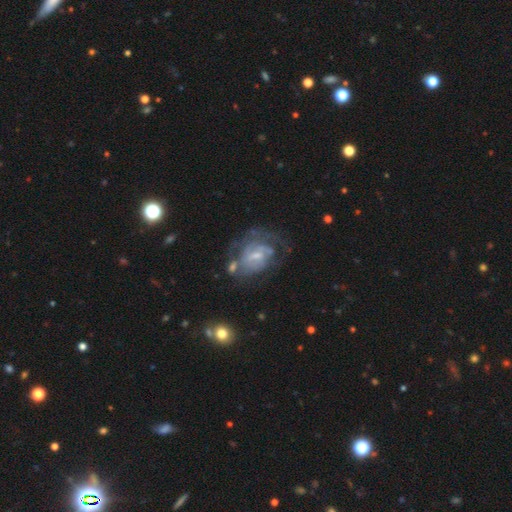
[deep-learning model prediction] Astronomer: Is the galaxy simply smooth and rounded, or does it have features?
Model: featured or disk — 75%.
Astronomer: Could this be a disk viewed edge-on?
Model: no — 97%.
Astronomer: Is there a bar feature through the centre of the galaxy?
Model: weak — 52% (runner-up: no, 37%).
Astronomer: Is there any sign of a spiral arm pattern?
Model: yes — 77%.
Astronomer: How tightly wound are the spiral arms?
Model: tight — 47% (runner-up: medium, 37%).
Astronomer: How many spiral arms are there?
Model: can't tell — 47% (runner-up: 2, 27%).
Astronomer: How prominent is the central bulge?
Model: small — 54% (runner-up: moderate, 33%).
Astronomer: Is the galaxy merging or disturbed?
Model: none — 42% (runner-up: major disturbance, 26%).